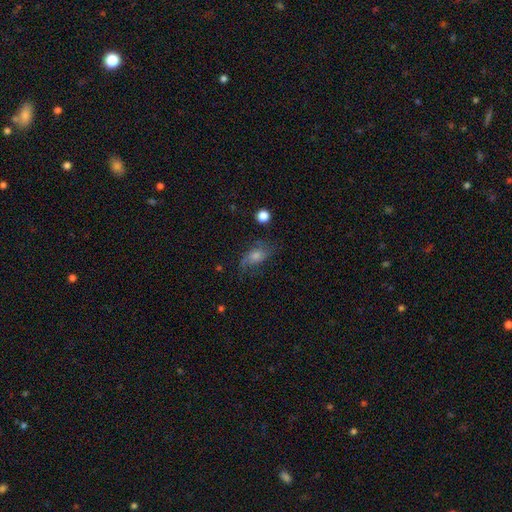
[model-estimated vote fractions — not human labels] Smooth or featured: featured or disk — 45% (smooth — 38%)
Merging: none — 63% (minor disturbance — 22%)